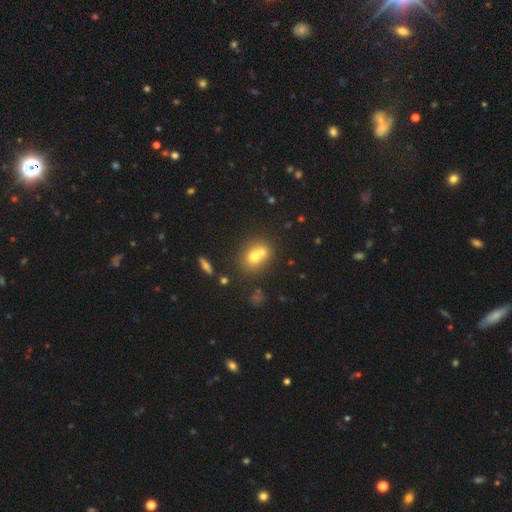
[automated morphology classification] A smooth galaxy with no disk features (67%) that is round (62%). Merging: merger (56%).